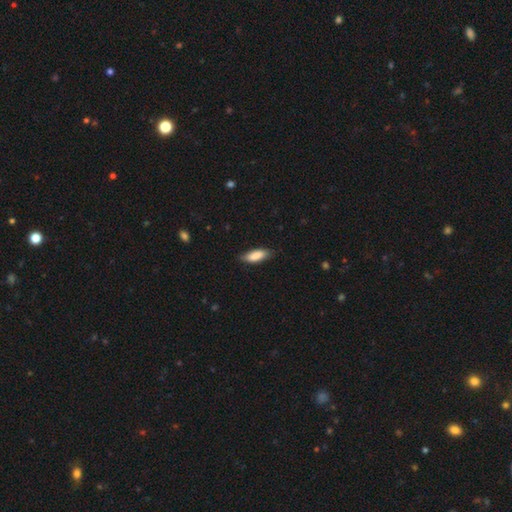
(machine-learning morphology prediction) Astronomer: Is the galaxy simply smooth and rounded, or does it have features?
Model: smooth — 85%.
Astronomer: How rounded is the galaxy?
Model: in between — 71%.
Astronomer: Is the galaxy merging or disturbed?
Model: none — 78%.